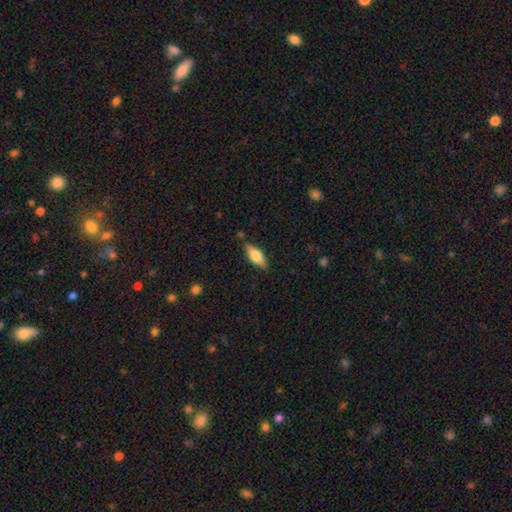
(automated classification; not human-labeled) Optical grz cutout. It shows a smooth galaxy with no disk features (53%) that is in between round and cigar-shaped (67%). Merging: none (83%).